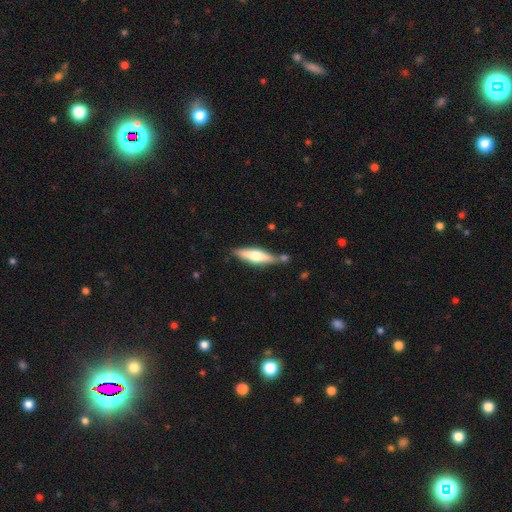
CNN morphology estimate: A smooth galaxy with no disk features (49%).

Vote fractions:
- Smooth or featured? smooth: 49% / featured or disk: 45% / star or artifact: 6%
- Merging? none: 70% / minor disturbance: 16% / merger: 11% / major disturbance: 4%